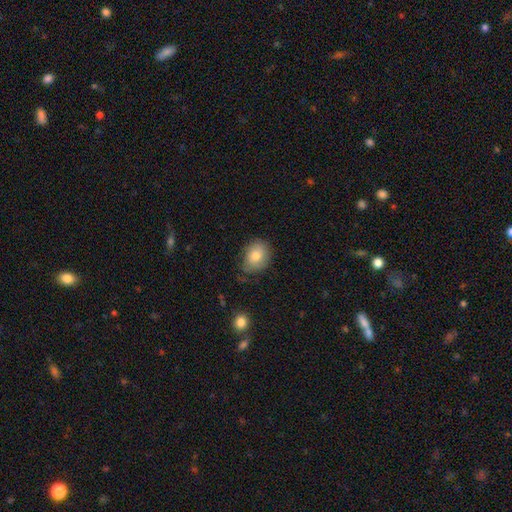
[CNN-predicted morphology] Smooth or featured? Predicted: smooth (p=0.78). How rounded? Predicted: in between (p=0.58). Merging? Predicted: none (p=0.68).